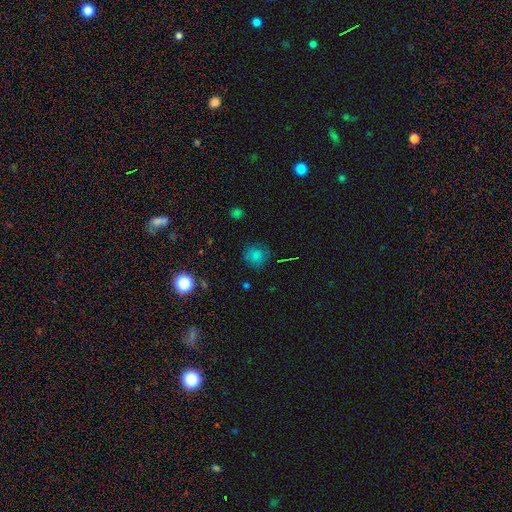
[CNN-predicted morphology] type=smooth (78%); roundness=round (90%); merging=none (83%).